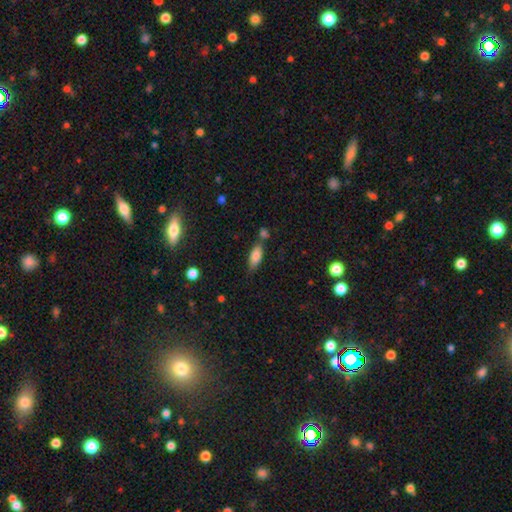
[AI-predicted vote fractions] smooth-or-featured: smooth: 80% | featured or disk: 12% | star or artifact: 8%
  how-rounded: in between: 77% | cigar-shaped: 20% | round: 3%
  merging: none: 63% | minor disturbance: 17% | merger: 16% | major disturbance: 4%